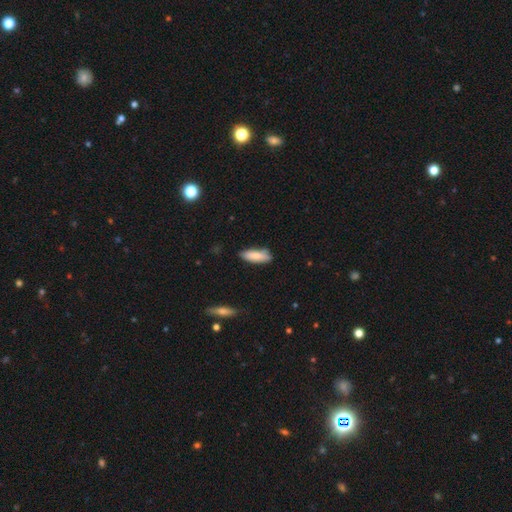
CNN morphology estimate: Smooth or featured?
  - smooth: 82% *
  - featured or disk: 12%
  - star or artifact: 6%
How rounded?
  - in between: 64% *
  - cigar-shaped: 34%
  - round: 2%
Merging?
  - none: 74% *
  - minor disturbance: 21%
  - major disturbance: 3%
  - merger: 3%